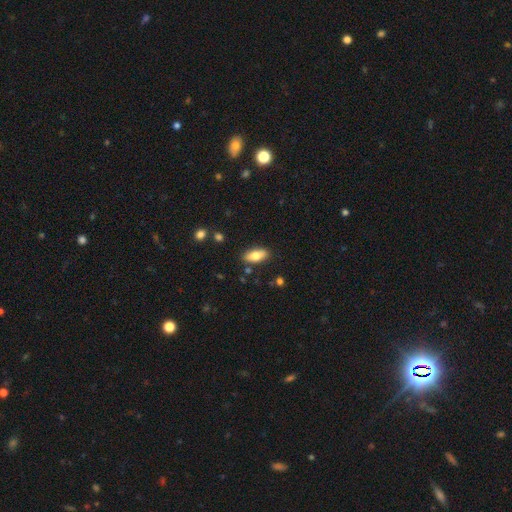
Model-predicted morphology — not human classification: Smooth or featured? Predicted: smooth (p=0.76). How rounded? Predicted: in between (p=0.85). Merging? Predicted: none (p=0.85).